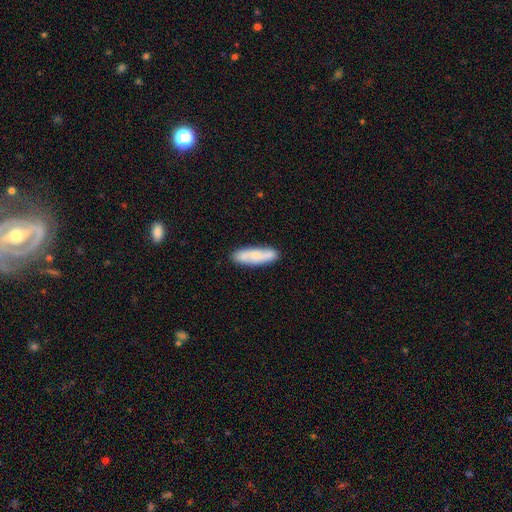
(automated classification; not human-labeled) smooth 63%, featured or disk 30%, star or artifact 6%. Down the decision tree: how rounded — cigar-shaped (56%); merging — none (82%).